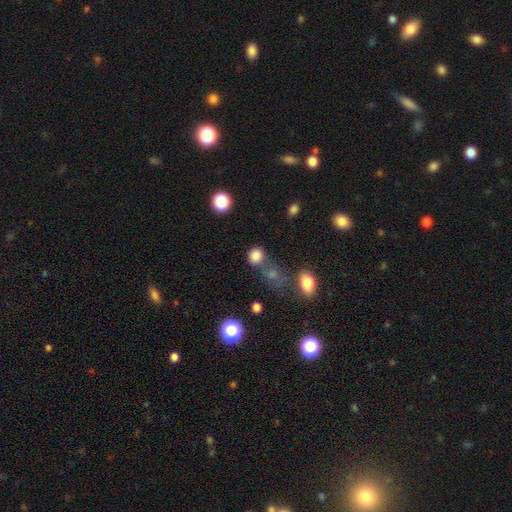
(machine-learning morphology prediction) Smooth or featured?
  - smooth: 81% *
  - star or artifact: 14%
  - featured or disk: 5%
How rounded?
  - round: 82% *
  - in between: 17%
  - cigar-shaped: 1%
Merging?
  - none: 63% *
  - merger: 19%
  - minor disturbance: 12%
  - major disturbance: 5%